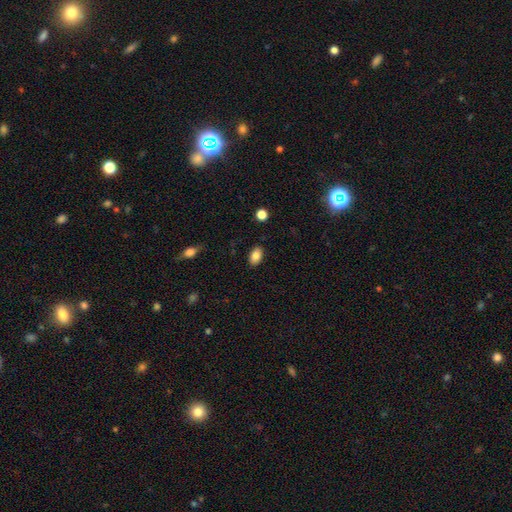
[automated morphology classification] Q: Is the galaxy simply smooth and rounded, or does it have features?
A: smooth — 84%.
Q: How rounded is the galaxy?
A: in between — 90%.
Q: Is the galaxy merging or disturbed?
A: none — 87%.